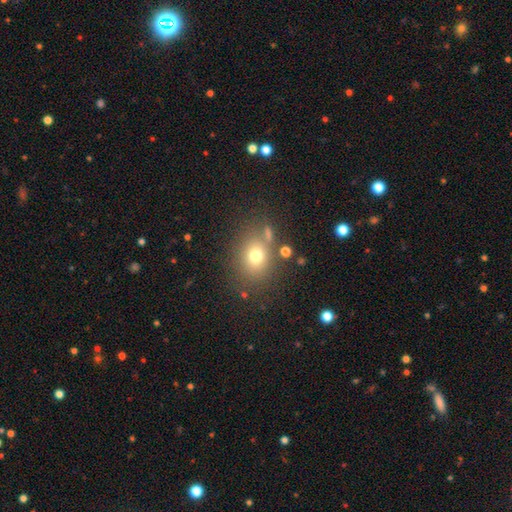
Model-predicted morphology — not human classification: Smooth or featured? smooth (72%)
How rounded? round (61%)
Merging? none (73%)